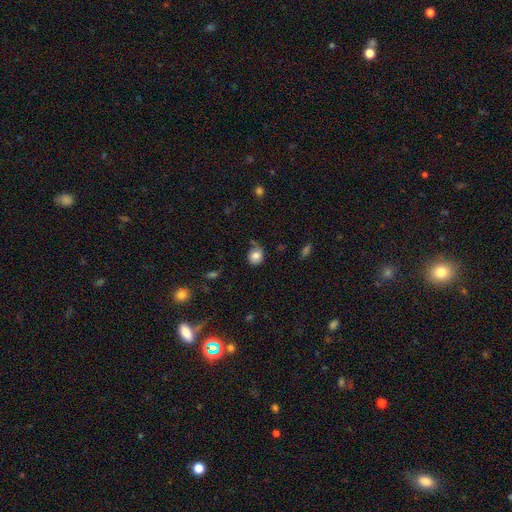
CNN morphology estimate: type=smooth (79%); roundness=round (63%); merging=none (57%).